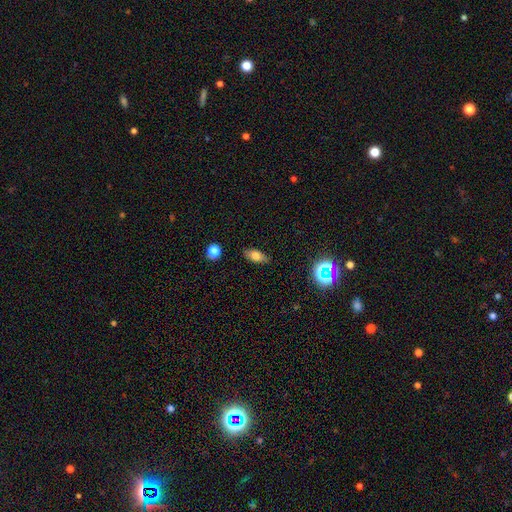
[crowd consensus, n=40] Q: Smooth or featured?
A: smooth (72%); runner-up: featured or disk (15%)
Q: How rounded?
A: in between (90%); runner-up: round (7%)
Q: Merging?
A: none (77%); runner-up: minor disturbance (20%)